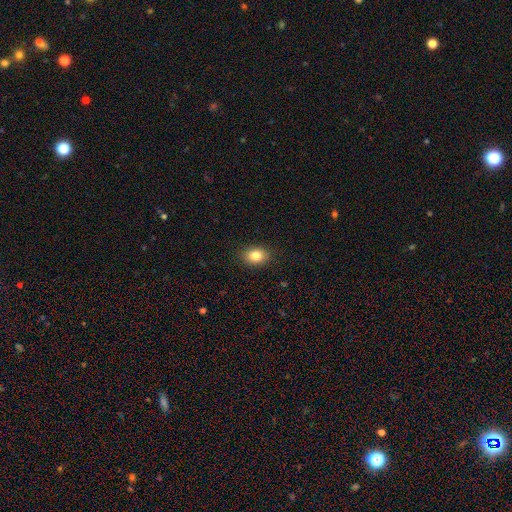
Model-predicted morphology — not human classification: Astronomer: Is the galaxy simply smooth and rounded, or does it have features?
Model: smooth — 83%.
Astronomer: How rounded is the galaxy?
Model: in between — 68%.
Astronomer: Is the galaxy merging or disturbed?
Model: none — 88%.